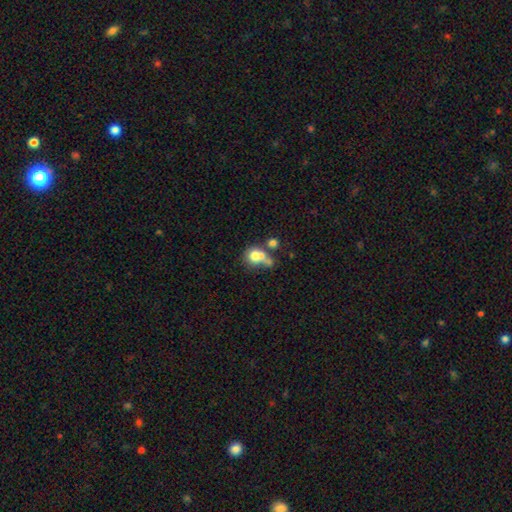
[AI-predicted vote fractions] A smooth galaxy with no disk features (69%) that is round (73%). Merging: merger (51%).